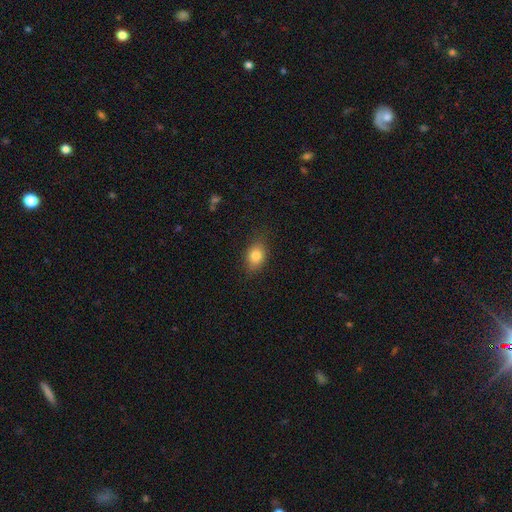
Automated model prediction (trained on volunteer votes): Smooth or featured: smooth — 83% (star or artifact — 9%)
How rounded: in between — 71% (round — 27%)
Merging: none — 80% (minor disturbance — 15%)